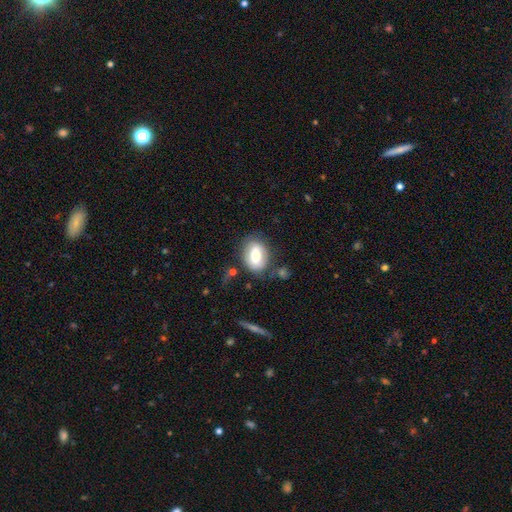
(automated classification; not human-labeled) This appears to be a smooth galaxy with no disk features (65%) that is in between round and cigar-shaped (78%). Merging: none (70%).